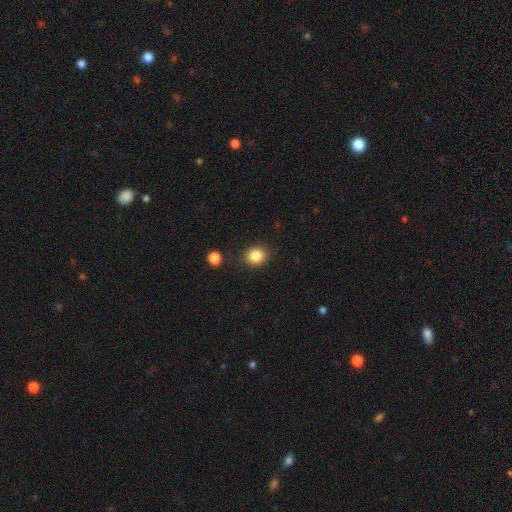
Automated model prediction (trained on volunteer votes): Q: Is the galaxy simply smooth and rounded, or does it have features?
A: smooth — 85%.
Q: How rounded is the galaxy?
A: round — 78%.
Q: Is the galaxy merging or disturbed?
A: none — 86%.